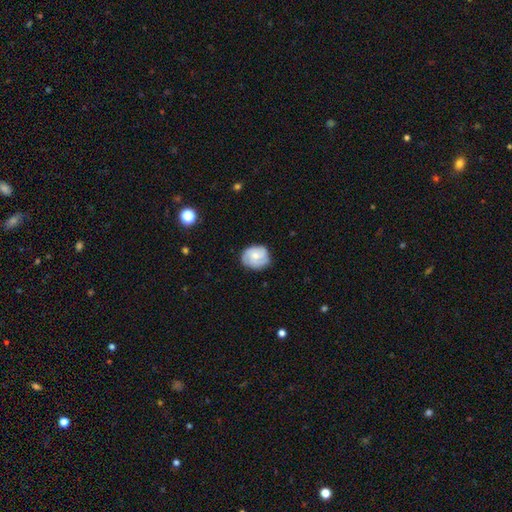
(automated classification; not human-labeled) This appears to be a smooth galaxy with no disk features (49%). Merging: none (70%).